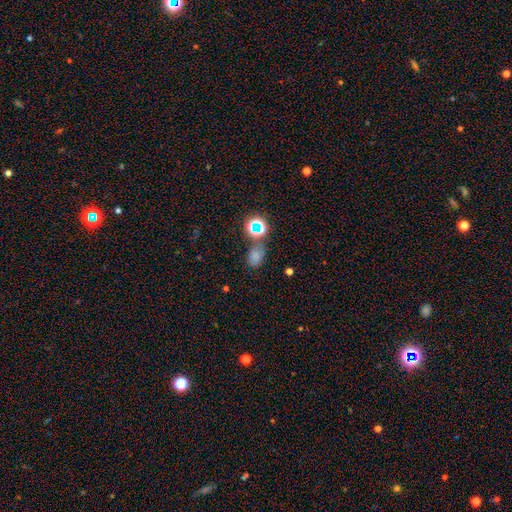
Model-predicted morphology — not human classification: A smooth galaxy with no disk features (66%) that is in between round and cigar-shaped (68%). Merging: none (57%).